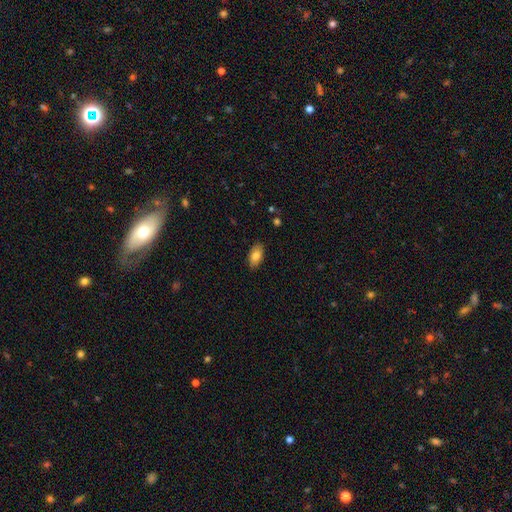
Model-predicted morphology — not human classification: The model was most divided on "smooth or featured": smooth: 81%, featured or disk: 11%, star or artifact: 7%. More confident: how rounded — in between (93%); merging — none (87%).